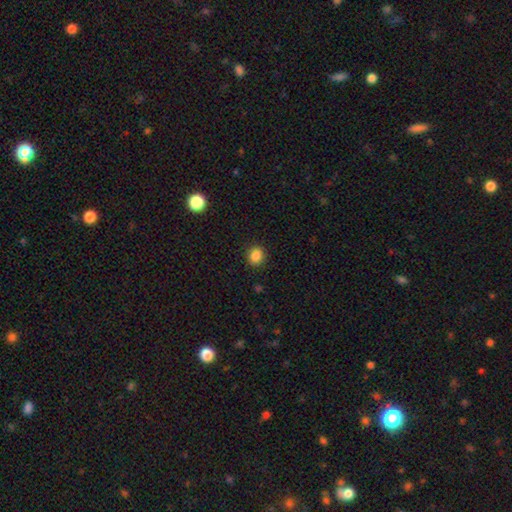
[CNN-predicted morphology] Smooth or featured?
  - smooth: 86% *
  - star or artifact: 11%
  - featured or disk: 4%
How rounded?
  - round: 75% *
  - in between: 24%
  - cigar-shaped: 1%
Merging?
  - none: 90% *
  - minor disturbance: 7%
  - major disturbance: 2%
  - merger: 1%